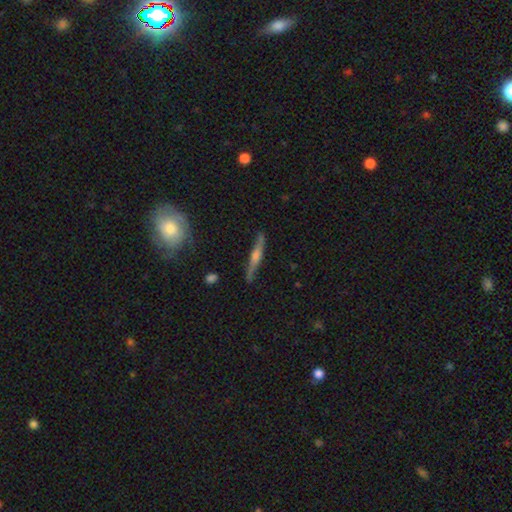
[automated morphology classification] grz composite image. It shows a featured or disk galaxy (74%) viewed edge-on (96%) with a rounded central bulge (86%). Merging: none (86%).